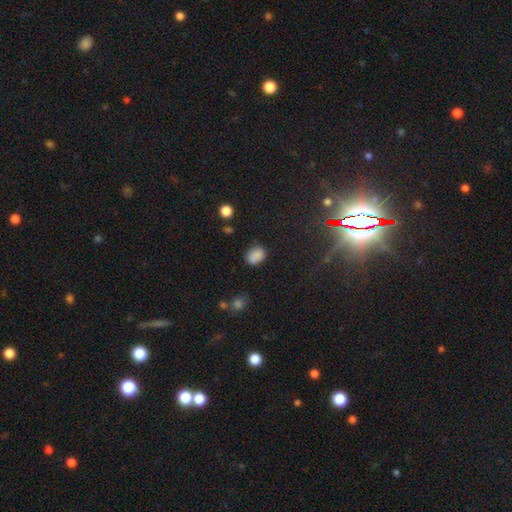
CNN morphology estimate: smooth 82%, star or artifact 12%, featured or disk 6%. Down the decision tree: how rounded — in between (62%); merging — none (74%).